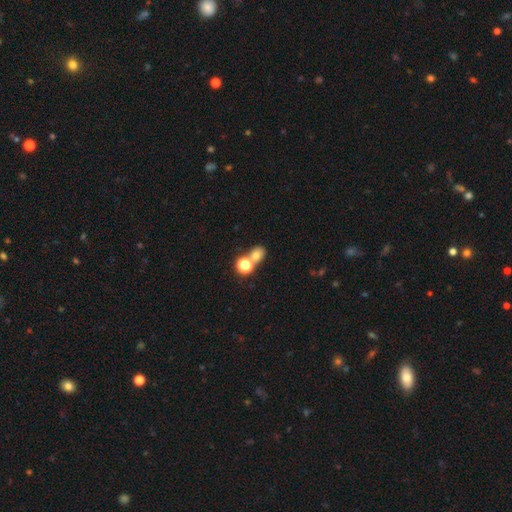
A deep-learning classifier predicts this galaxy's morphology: smooth_or_featured: smooth (p=0.71) [alt: star or artifact p=0.18]
how_rounded: round (p=0.58) [alt: in between p=0.40]
merging: none (p=0.47) [alt: merger p=0.40]